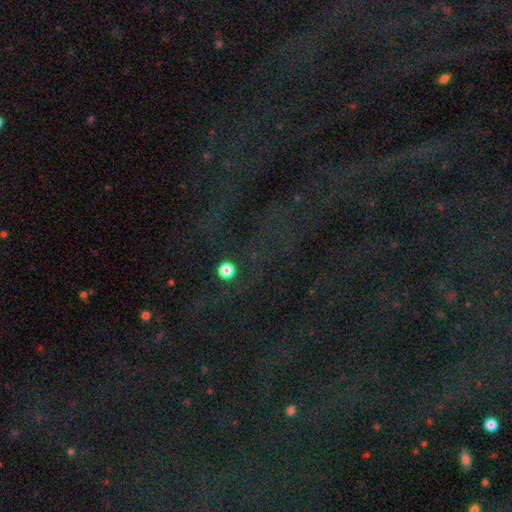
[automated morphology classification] smooth_or_featured: star or artifact (p=0.78) [alt: smooth p=0.12]